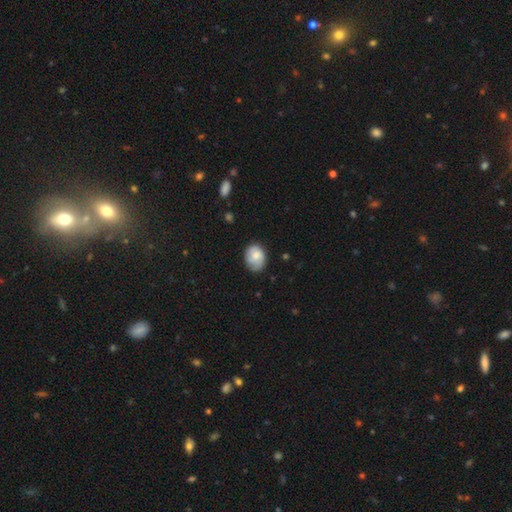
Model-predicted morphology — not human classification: smooth_or_featured: smooth (p=0.73) [alt: featured or disk p=0.20]
how_rounded: in between (p=0.53) [alt: round p=0.46]
merging: none (p=0.66) [alt: minor disturbance p=0.27]